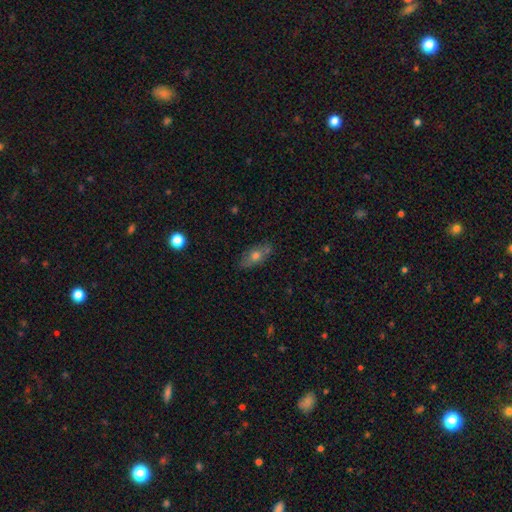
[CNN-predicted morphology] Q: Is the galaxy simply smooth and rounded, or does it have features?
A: smooth — 59%.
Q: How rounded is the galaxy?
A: in between — 78%.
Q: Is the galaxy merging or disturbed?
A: none — 80%.